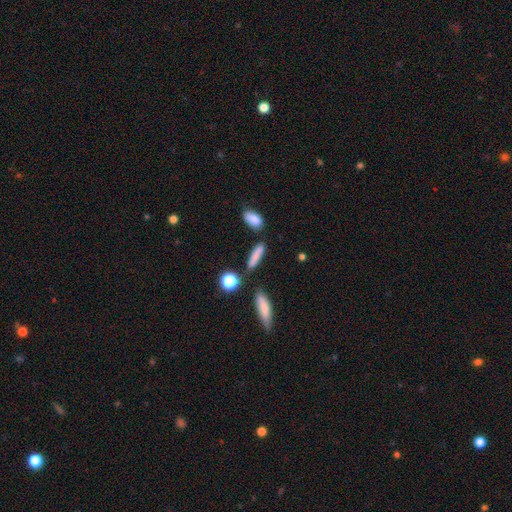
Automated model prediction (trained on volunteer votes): smooth_or_featured: smooth (p=0.80) [alt: featured or disk p=0.11]
how_rounded: cigar-shaped (p=0.70) [alt: in between p=0.26]
merging: none (p=0.77) [alt: minor disturbance p=0.12]